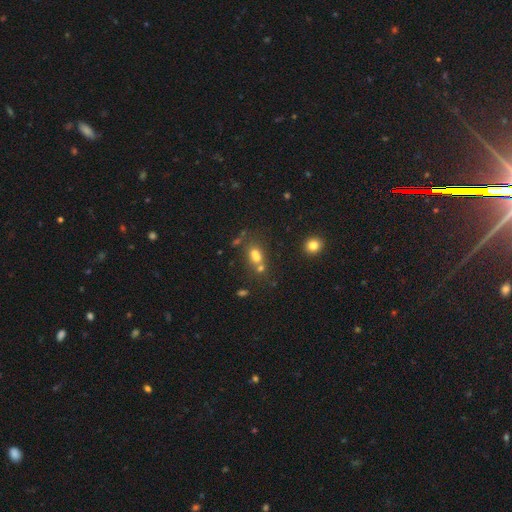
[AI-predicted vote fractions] A smooth galaxy with no disk features (63%) that is in between round and cigar-shaped (53%).

Vote fractions:
- Smooth or featured? smooth: 63% / featured or disk: 19% / star or artifact: 18%
- How rounded? in between: 53% / round: 44% / cigar-shaped: 3%
- Merging? merger: 50% / none: 35% / minor disturbance: 9% / major disturbance: 6%